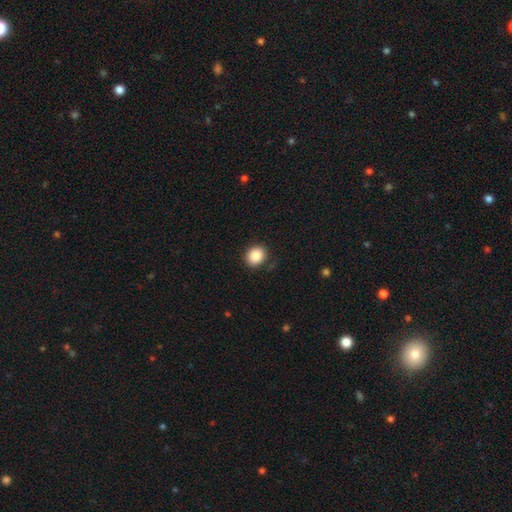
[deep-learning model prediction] Smooth or featured: smooth — 87% (star or artifact — 9%)
How rounded: round — 72% (in between — 27%)
Merging: none — 83% (minor disturbance — 12%)